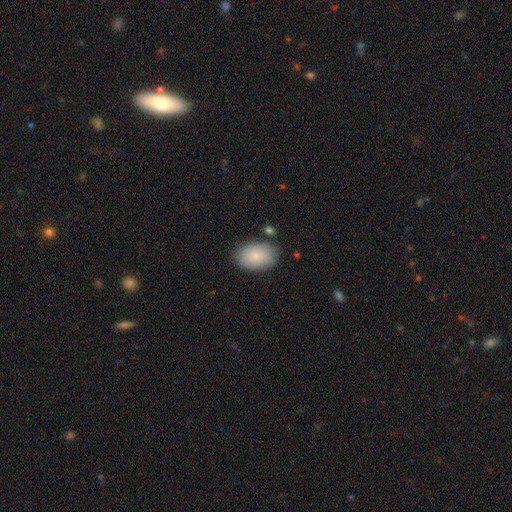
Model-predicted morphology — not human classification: Smooth or featured? smooth (85%)
How rounded? in between (90%)
Merging? none (81%)